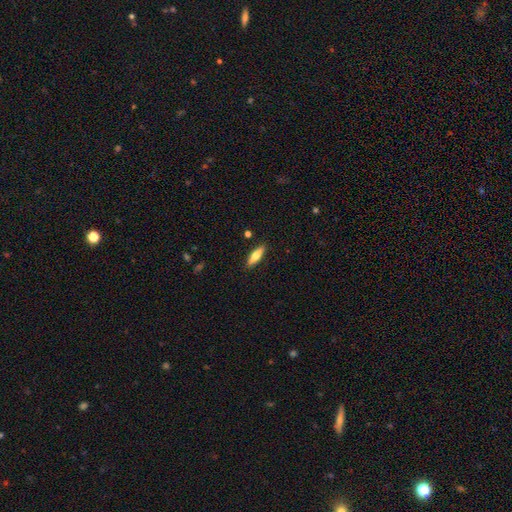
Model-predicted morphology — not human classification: The model was most divided on "how rounded": cigar-shaped: 58%, in between: 40%, round: 2%. More confident: merging — none (89%); smooth or featured — smooth (60%).